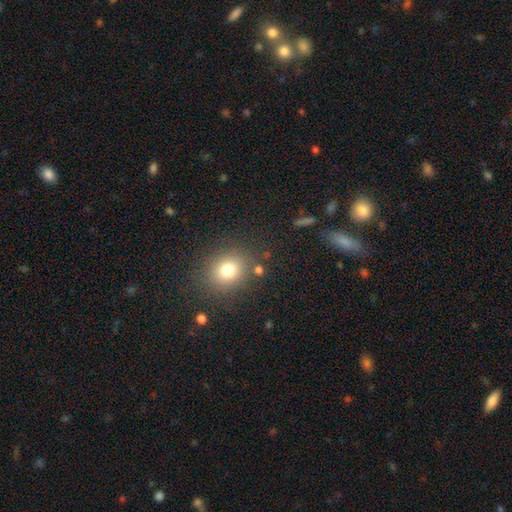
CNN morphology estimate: Smooth or featured?
  - smooth: 64% *
  - star or artifact: 29%
  - featured or disk: 7%
How rounded?
  - round: 74% *
  - in between: 25%
  - cigar-shaped: 1%
Merging?
  - none: 86% *
  - minor disturbance: 8%
  - merger: 3%
  - major disturbance: 3%